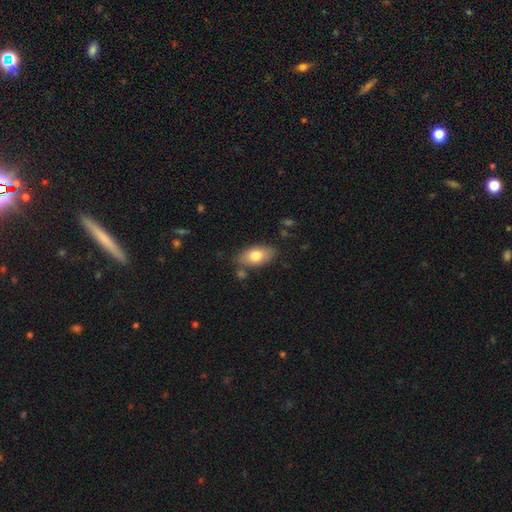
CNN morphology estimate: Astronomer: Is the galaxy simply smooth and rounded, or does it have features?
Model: smooth — 76%.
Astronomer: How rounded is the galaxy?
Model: in between — 91%.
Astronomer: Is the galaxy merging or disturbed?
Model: none — 78%.